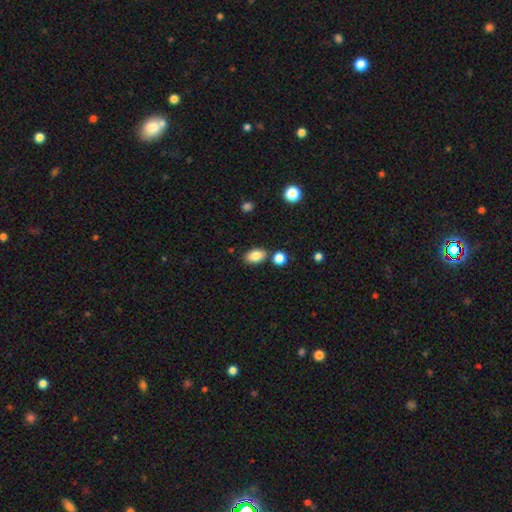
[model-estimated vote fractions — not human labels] This appears to be a smooth galaxy with no disk features (85%) that is in between round and cigar-shaped (89%). Merging: none (78%).